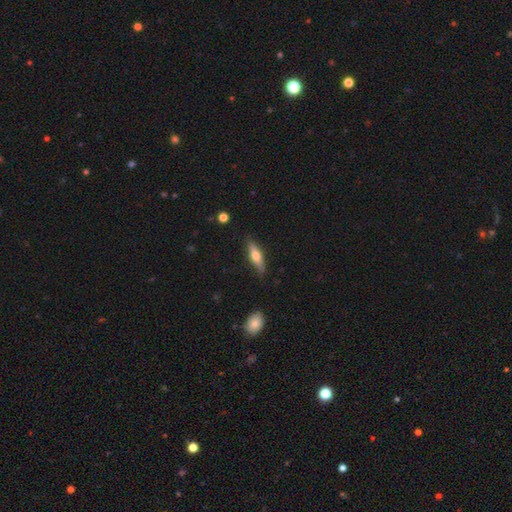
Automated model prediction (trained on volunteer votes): Morphology: type=smooth (56%); roundness=cigar-shaped (65%); merging=none (82%).